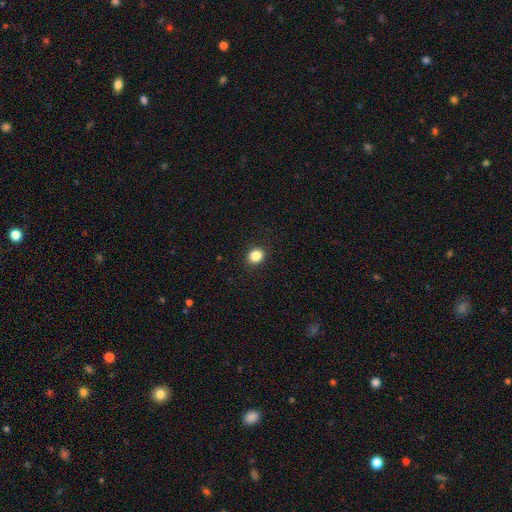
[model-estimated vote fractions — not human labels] Smooth or featured?
  - smooth: 85% *
  - star or artifact: 11%
  - featured or disk: 4%
How rounded?
  - round: 69% *
  - in between: 30%
  - cigar-shaped: 1%
Merging?
  - none: 91% *
  - minor disturbance: 6%
  - major disturbance: 2%
  - merger: 1%